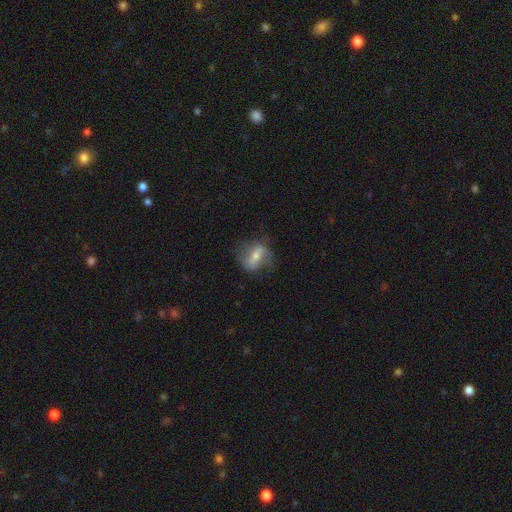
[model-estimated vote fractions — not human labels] featured or disk 56%, smooth 36%, star or artifact 9%. Down the decision tree: edge-on disk — no (90%); bar — strong (41%); spiral arms — yes (69%); bulge size — small (46%); merging — none (65%).